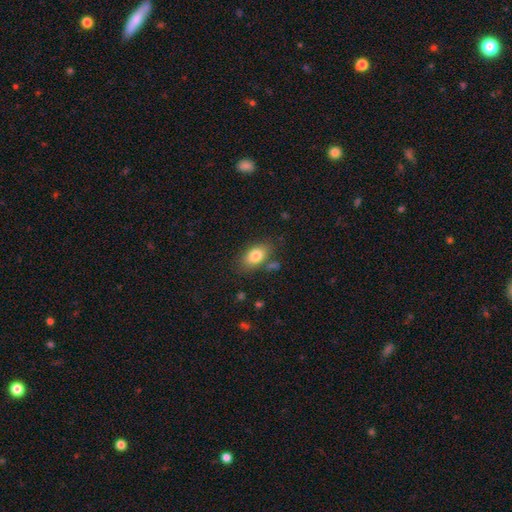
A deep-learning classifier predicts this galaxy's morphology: Smooth or featured?
  - smooth: 82% *
  - featured or disk: 10%
  - star or artifact: 8%
How rounded?
  - in between: 87% *
  - round: 11%
  - cigar-shaped: 2%
Merging?
  - none: 76% *
  - minor disturbance: 14%
  - merger: 6%
  - major disturbance: 4%